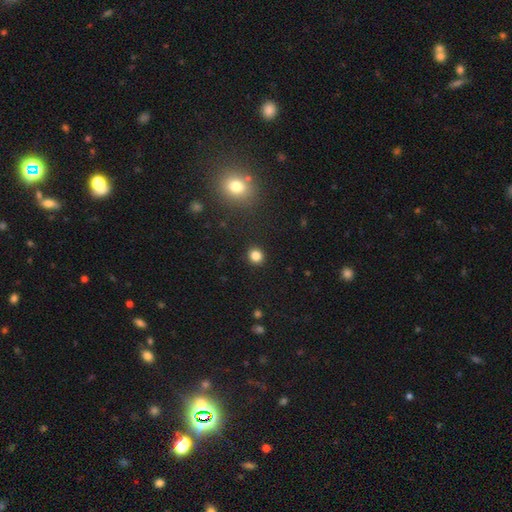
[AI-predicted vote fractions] smooth_or_featured: smooth (p=0.83) [alt: star or artifact p=0.13]
how_rounded: round (p=0.88) [alt: in between p=0.11]
merging: none (p=0.92) [alt: minor disturbance p=0.05]